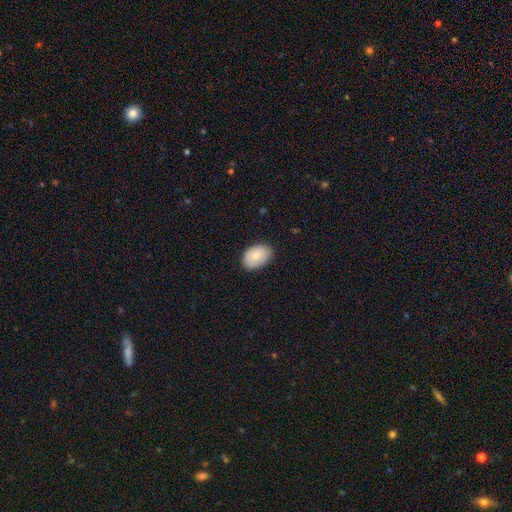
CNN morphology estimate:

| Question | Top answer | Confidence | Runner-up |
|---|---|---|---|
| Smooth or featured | smooth | 77% | featured or disk (16%) |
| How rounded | in between | 86% | round (13%) |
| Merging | none | 84% | minor disturbance (12%) |